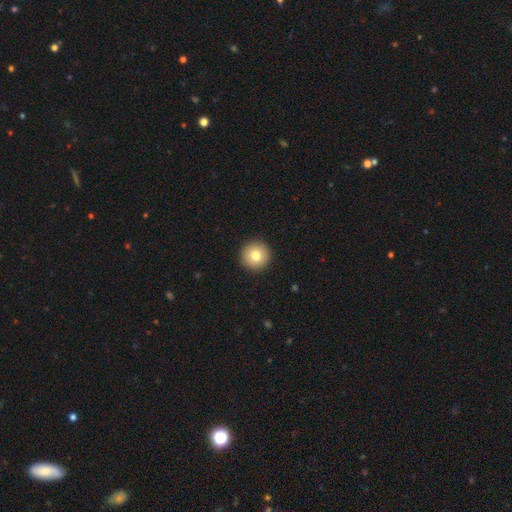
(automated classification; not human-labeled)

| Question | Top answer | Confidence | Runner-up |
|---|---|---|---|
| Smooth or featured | smooth | 79% | featured or disk (12%) |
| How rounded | round | 96% | in between (3%) |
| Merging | none | 93% | minor disturbance (4%) |